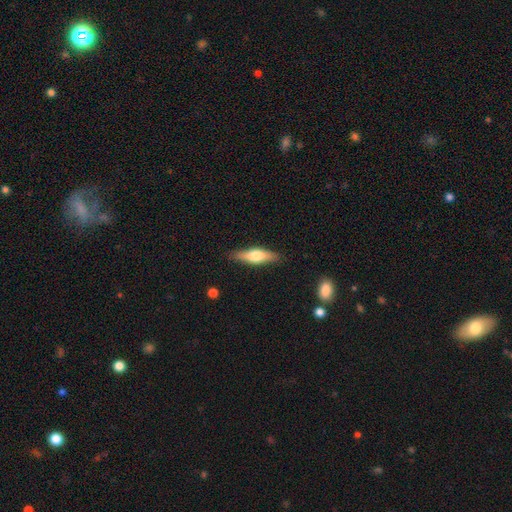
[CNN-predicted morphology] smooth_or_featured: smooth (p=0.49) [alt: featured or disk p=0.45]
merging: none (p=0.87) [alt: minor disturbance p=0.10]